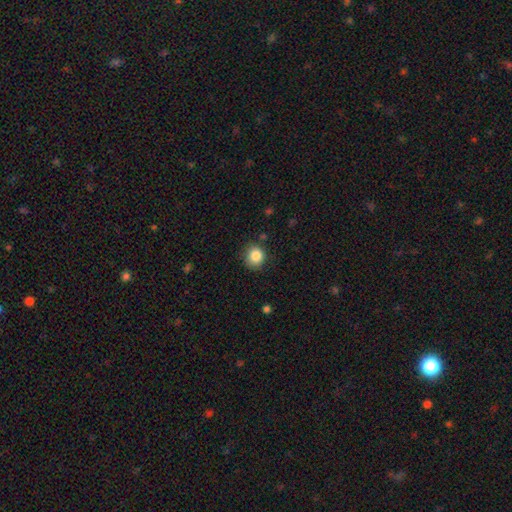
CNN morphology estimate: Smooth or featured?
  - smooth: 85% *
  - star or artifact: 10%
  - featured or disk: 5%
How rounded?
  - round: 87% *
  - in between: 12%
  - cigar-shaped: 1%
Merging?
  - none: 83% *
  - minor disturbance: 12%
  - major disturbance: 3%
  - merger: 2%